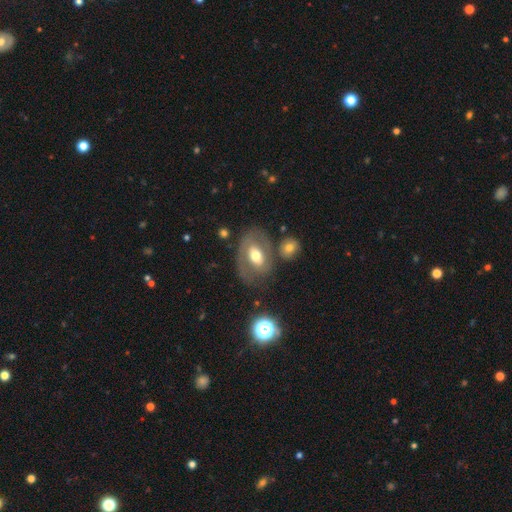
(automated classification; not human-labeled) smooth_or_featured: featured or disk (p=0.52) [alt: smooth p=0.40]
disk_edge_on: no (p=0.92) [alt: yes p=0.08]
merging: none (p=0.59) [alt: minor disturbance p=0.20]